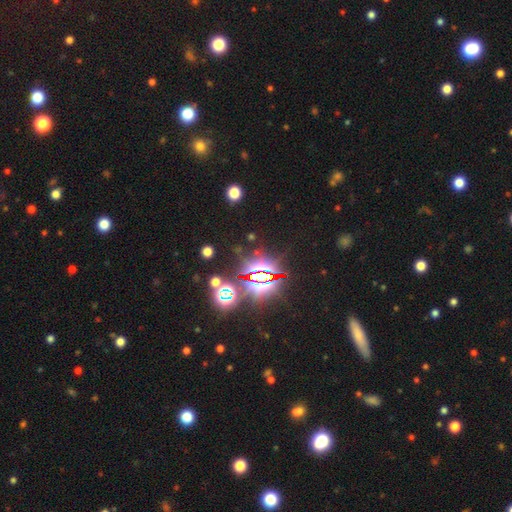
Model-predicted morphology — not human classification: Smooth or featured? star or artifact (79%)